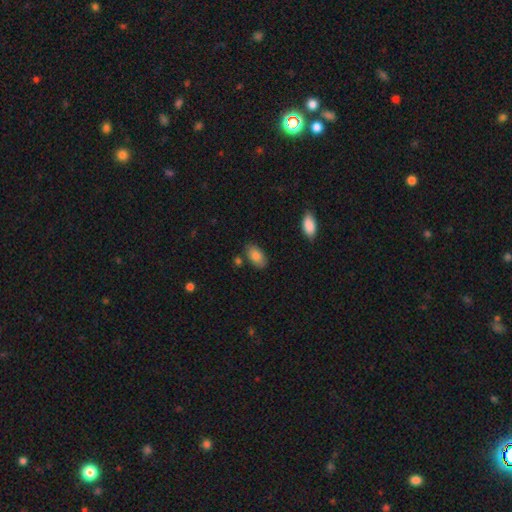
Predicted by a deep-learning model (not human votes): smooth 85%, featured or disk 8%, star or artifact 7%. Down the decision tree: how rounded — in between (93%); merging — none (79%).